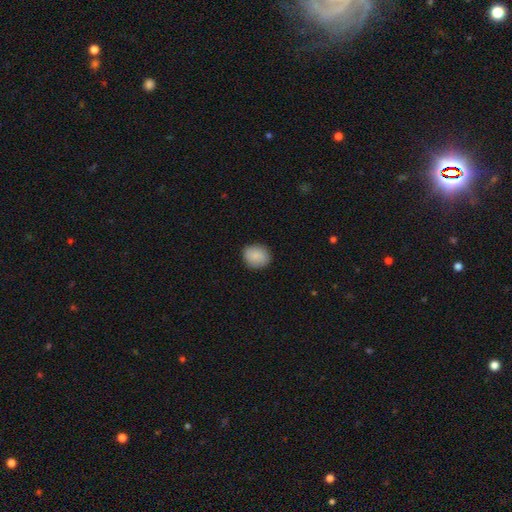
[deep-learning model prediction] Smooth or featured? Predicted: smooth (p=0.88). How rounded? Predicted: round (p=0.71). Merging? Predicted: none (p=0.88).